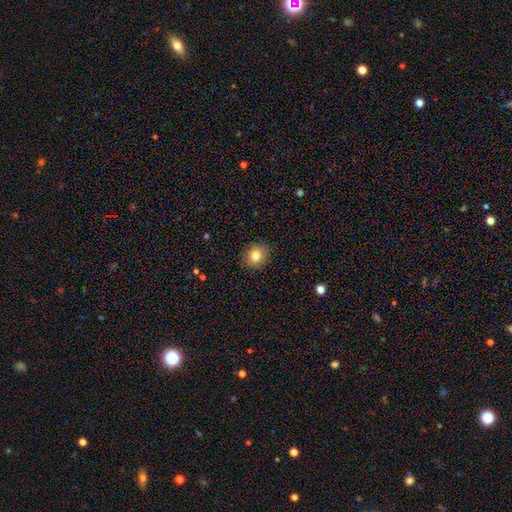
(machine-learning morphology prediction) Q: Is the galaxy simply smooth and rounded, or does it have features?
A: smooth — 82%.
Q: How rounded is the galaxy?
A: round — 72%.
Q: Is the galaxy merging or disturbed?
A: none — 90%.